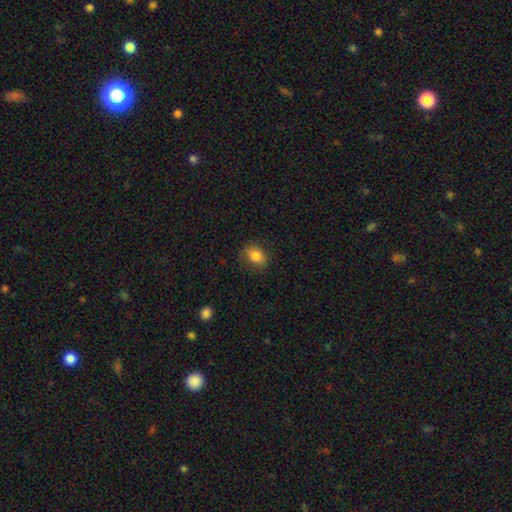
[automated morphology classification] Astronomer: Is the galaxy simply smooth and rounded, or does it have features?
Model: smooth — 84%.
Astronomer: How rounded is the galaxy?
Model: in between — 57% (runner-up: round, 42%).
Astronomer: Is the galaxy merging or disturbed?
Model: none — 81%.